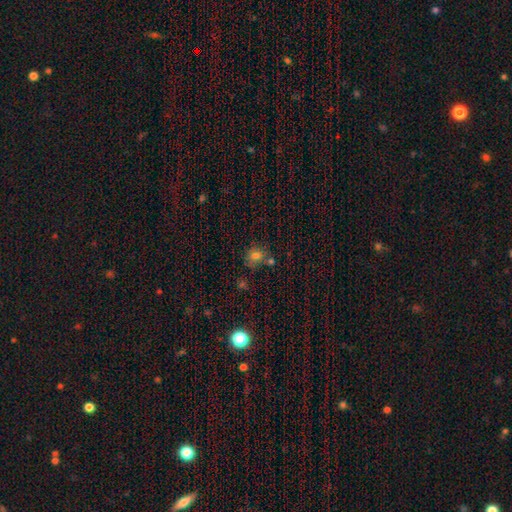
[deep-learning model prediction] Overall: smooth (75%). How rounded: round (71%). Merging: none (61%).